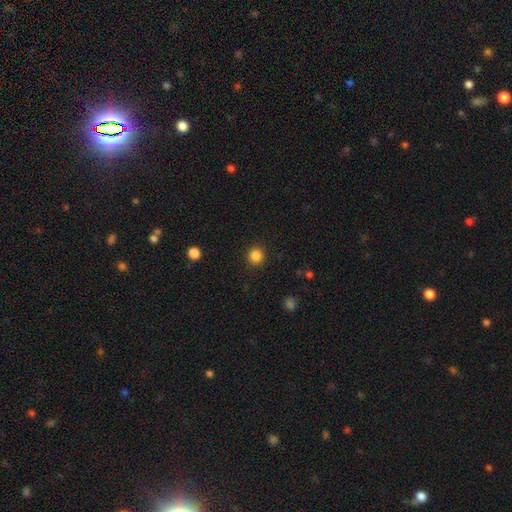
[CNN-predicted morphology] A smooth galaxy with no disk features (85%) that is round (92%). Merging: none (91%).